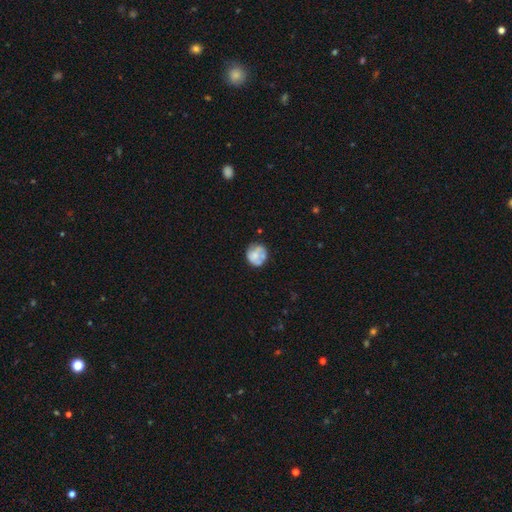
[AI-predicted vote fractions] Overall: smooth (53%; featured or disk 39%). How rounded: round (79%). Merging: none (56%; minor disturbance 25%).